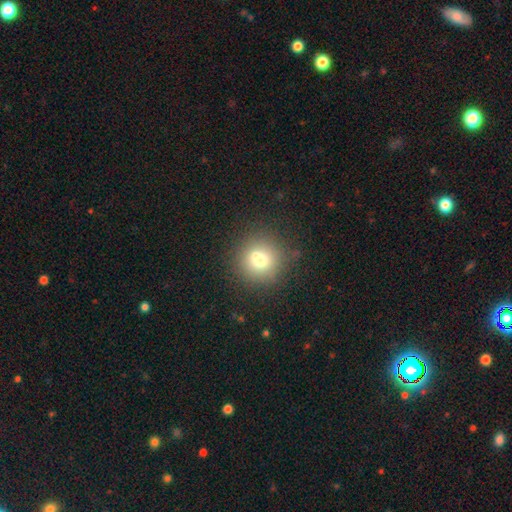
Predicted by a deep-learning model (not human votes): Smooth or featured? smooth (68%)
How rounded? round (92%)
Merging? none (68%)